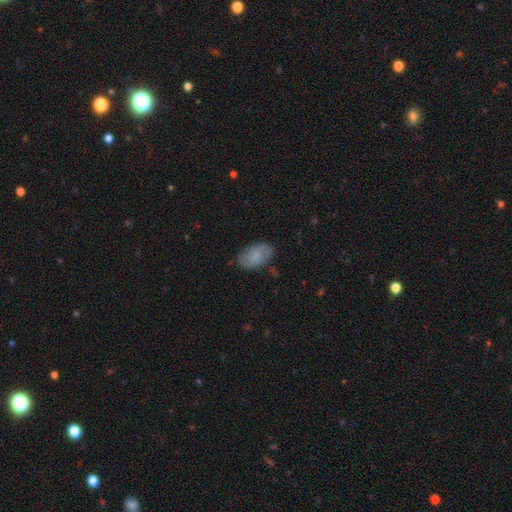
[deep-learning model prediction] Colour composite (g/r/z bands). It shows a smooth galaxy with no disk features (63%) that is in between round and cigar-shaped (93%). Merging: none (78%).